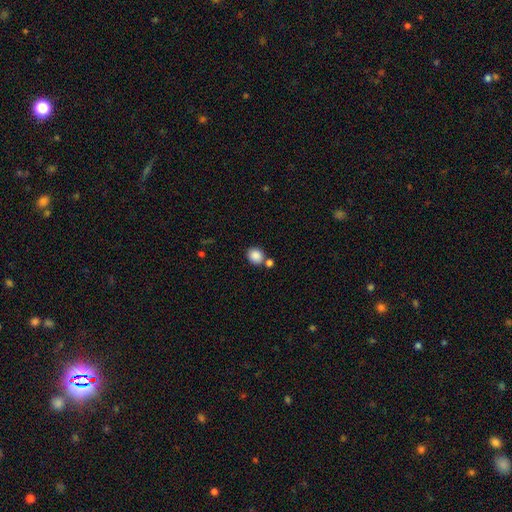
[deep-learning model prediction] smooth-or-featured: smooth: 87% | star or artifact: 9% | featured or disk: 4%
  how-rounded: round: 73% | in between: 26% | cigar-shaped: 1%
  merging: none: 68% | merger: 19% | minor disturbance: 10% | major disturbance: 3%